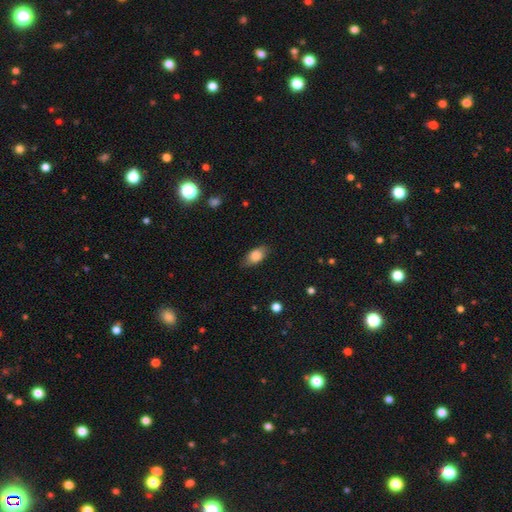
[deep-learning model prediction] Q: Smooth or featured?
A: smooth (80%); runner-up: featured or disk (13%)
Q: How rounded?
A: in between (88%); runner-up: round (6%)
Q: Merging?
A: none (81%); runner-up: minor disturbance (15%)